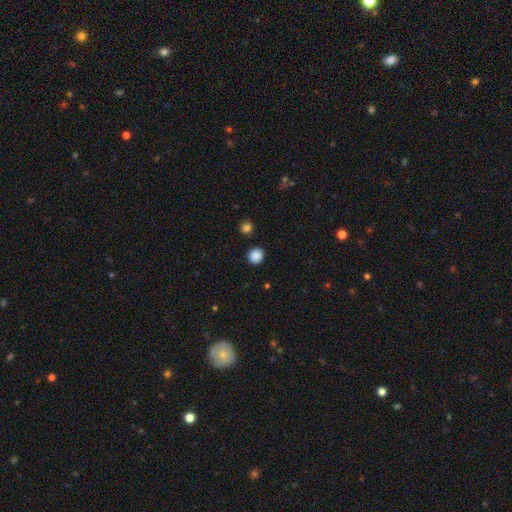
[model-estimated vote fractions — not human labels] Overall: smooth (88%). How rounded: round (86%). Merging: none (90%).